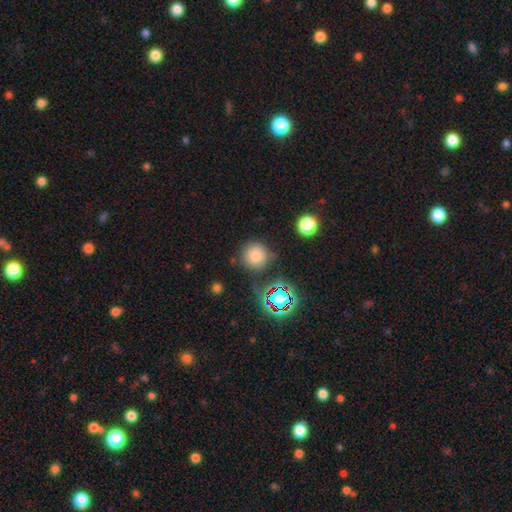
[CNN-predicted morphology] Overall: smooth (77%). How rounded: round (93%). Merging: none (77%).